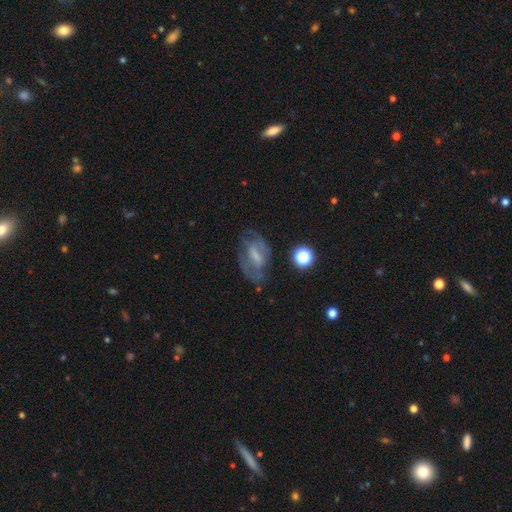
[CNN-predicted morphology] smooth_or_featured: featured or disk (p=0.61) [alt: smooth p=0.28]
disk_edge_on: no (p=0.92) [alt: yes p=0.08]
bar: weak (p=0.45) [alt: strong p=0.29]
has_spiral_arms: yes (p=0.62) [alt: no p=0.38]
bulge_size: small (p=0.35) [alt: none p=0.31]
merging: none (p=0.56) [alt: minor disturbance p=0.23]